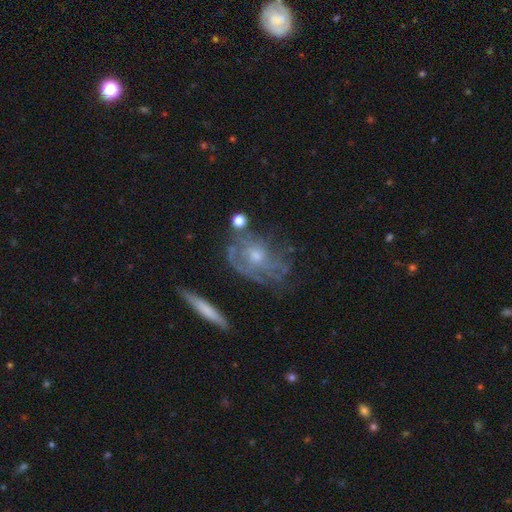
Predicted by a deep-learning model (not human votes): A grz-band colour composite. It shows a featured or disk galaxy (71%) with no bar (81%), spiral arms (68%) and a moderate central bulge (47%). Merging: none (56%).